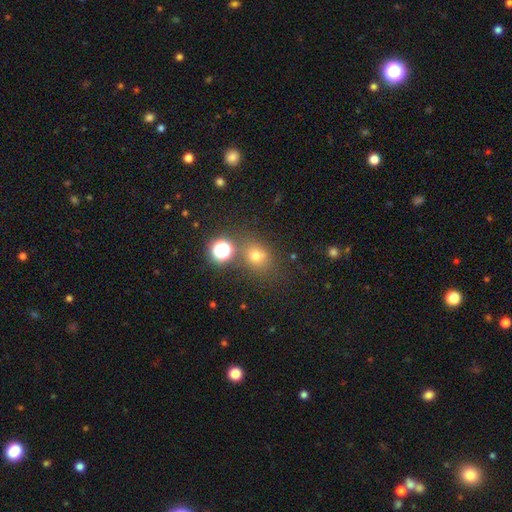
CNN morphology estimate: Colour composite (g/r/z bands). It shows a smooth galaxy with no disk features (65%) that is round (70%). Merging: none (68%).